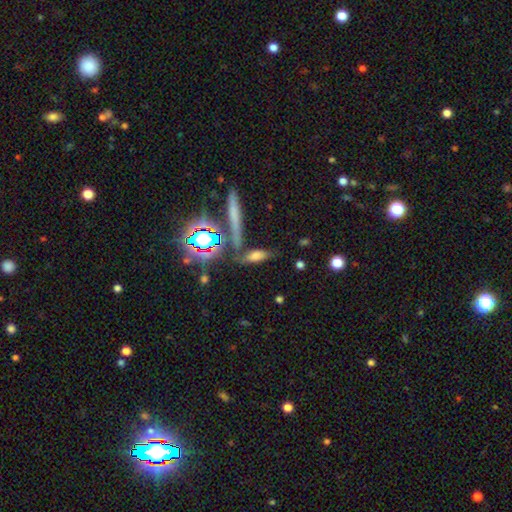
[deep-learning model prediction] This is likely a smooth galaxy (64%). How rounded: possibly in between (53%). Merging: likely none (64%).